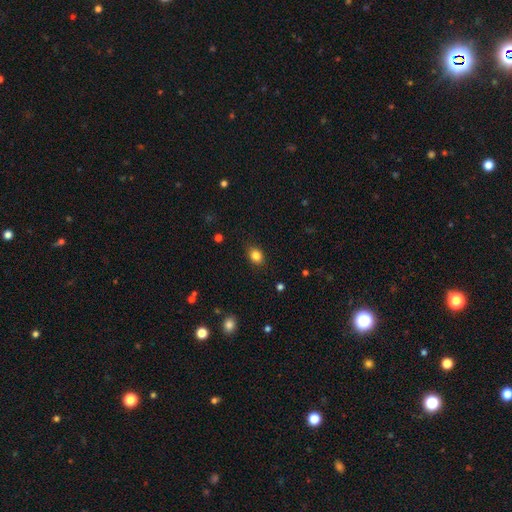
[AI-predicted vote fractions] This is clearly a smooth galaxy (84%). How rounded: possibly in between (58%). Merging: clearly none (83%).